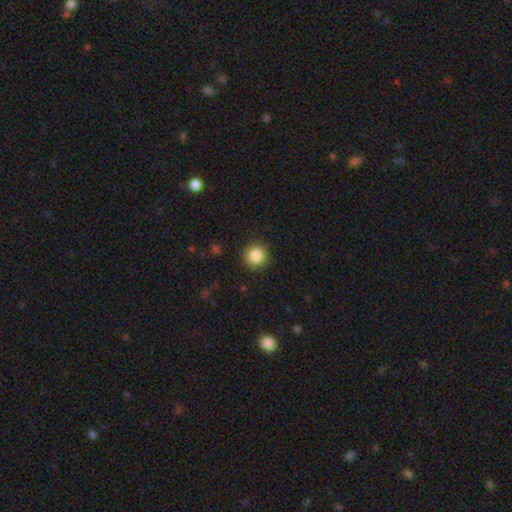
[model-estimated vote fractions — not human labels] Smooth or featured: smooth — 86% (star or artifact — 10%)
How rounded: round — 95% (in between — 4%)
Merging: none — 90% (minor disturbance — 7%)